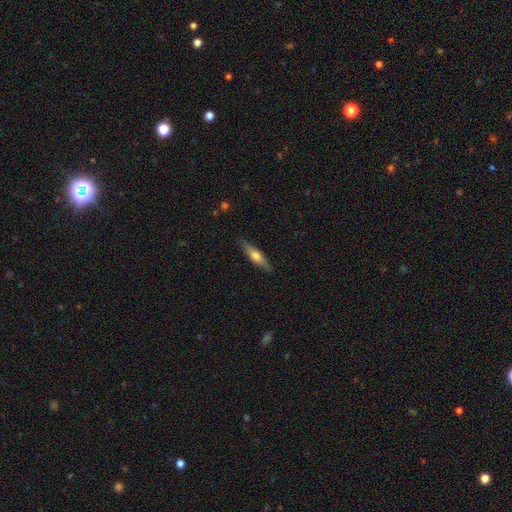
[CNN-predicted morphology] This appears to be a smooth galaxy with no disk features (52%) that is cigar-shaped (74%). Merging: none (87%).